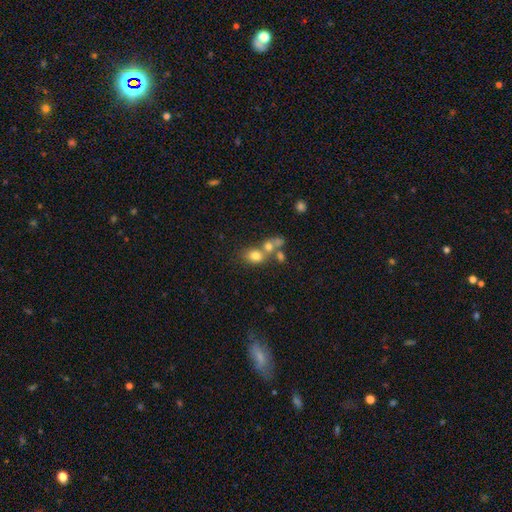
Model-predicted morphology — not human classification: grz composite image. It shows a smooth galaxy with no disk features (73%) that is round (50%). Merging: merger (47%).